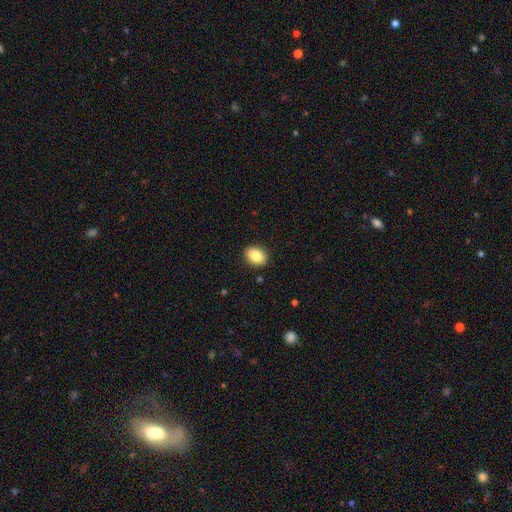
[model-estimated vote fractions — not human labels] smooth-or-featured: smooth: 86% | star or artifact: 8% | featured or disk: 6%
  how-rounded: in between: 70% | round: 29% | cigar-shaped: 1%
  merging: none: 90% | minor disturbance: 7% | major disturbance: 2% | merger: 1%